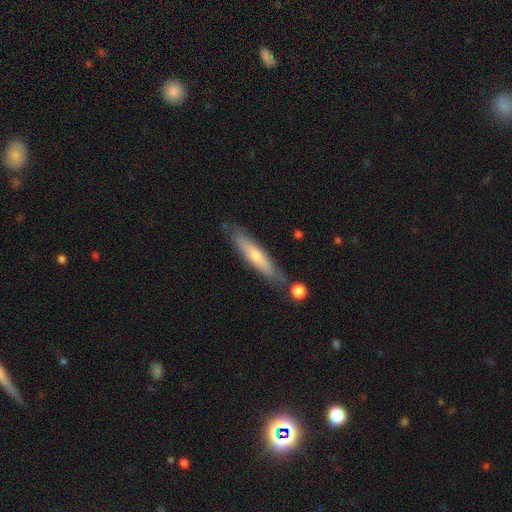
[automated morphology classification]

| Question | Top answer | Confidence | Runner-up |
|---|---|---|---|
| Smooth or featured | smooth | 55% | featured or disk (39%) |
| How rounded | cigar-shaped | 86% | in between (12%) |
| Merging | none | 77% | minor disturbance (15%) |